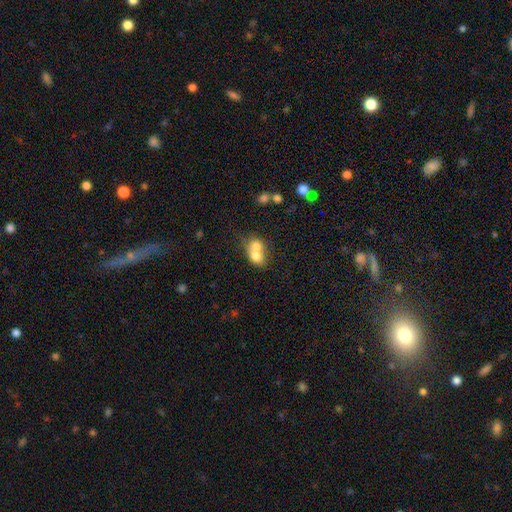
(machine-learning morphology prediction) Smooth or featured? smooth (69%)
How rounded? round (50%)
Merging? merger (71%)